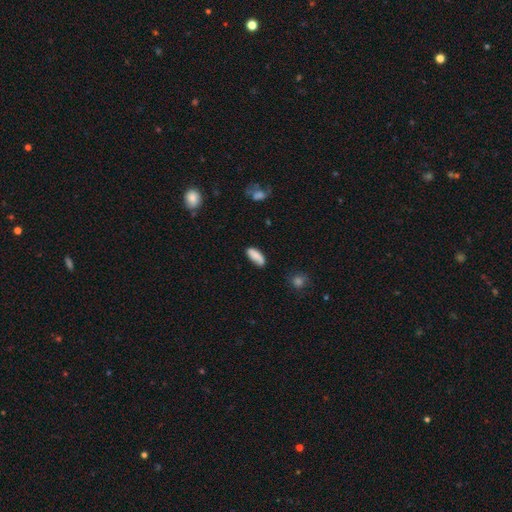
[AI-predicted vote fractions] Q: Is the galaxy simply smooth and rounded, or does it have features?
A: smooth — 82%.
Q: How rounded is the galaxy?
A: in between — 76%.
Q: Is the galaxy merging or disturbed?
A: none — 68%.